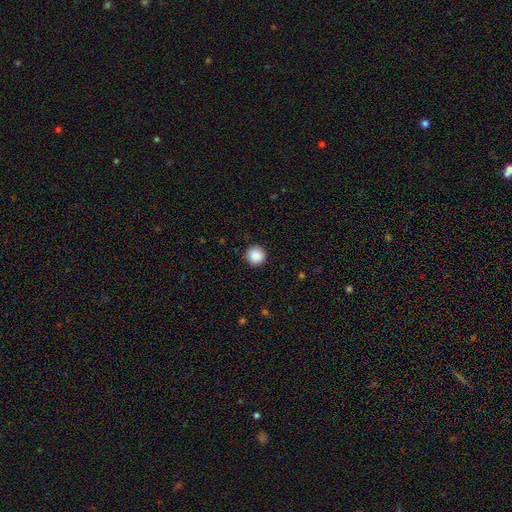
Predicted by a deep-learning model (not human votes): Smooth or featured?
  - smooth: 89% *
  - star or artifact: 9%
  - featured or disk: 3%
How rounded?
  - round: 96% *
  - in between: 3%
  - cigar-shaped: 1%
Merging?
  - none: 92% *
  - minor disturbance: 5%
  - major disturbance: 2%
  - merger: 1%